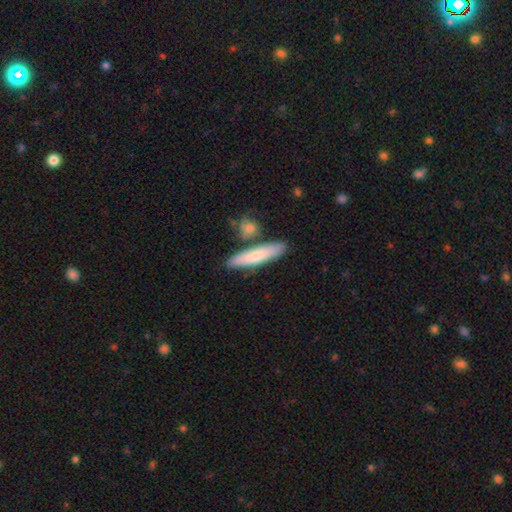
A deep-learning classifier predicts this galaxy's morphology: Overall: smooth (70%). How rounded: cigar-shaped (84%). Merging: none (78%).